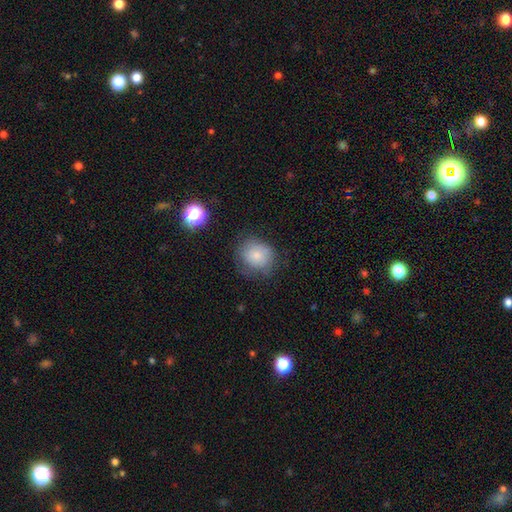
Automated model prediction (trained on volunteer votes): A smooth galaxy with no disk features (73%) that is round (78%).

Vote fractions:
- Smooth or featured? smooth: 73% / featured or disk: 18% / star or artifact: 9%
- How rounded? round: 78% / in between: 21% / cigar-shaped: 1%
- Merging? none: 64% / minor disturbance: 25% / major disturbance: 9% / merger: 2%